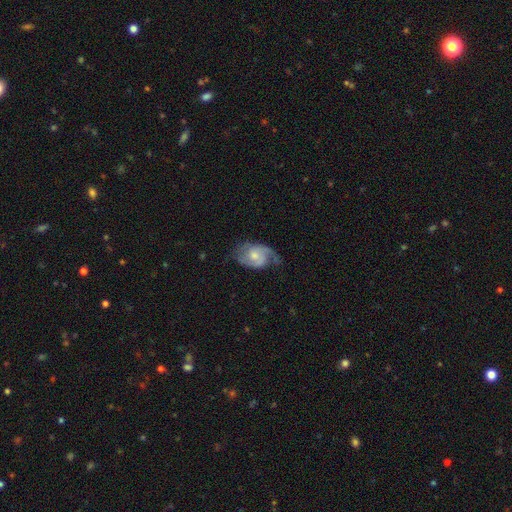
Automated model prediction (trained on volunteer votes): Overall: featured or disk (73%). Edge-on disk: no (96%). Bar: no (67%; weak 29%). Spiral arms: yes (91%). Spiral arm count: 2 (68%). Spiral winding: medium (45%; tight 30%). Bulge size: moderate (52%; small 35%). Merging: none (53%; minor disturbance 28%).